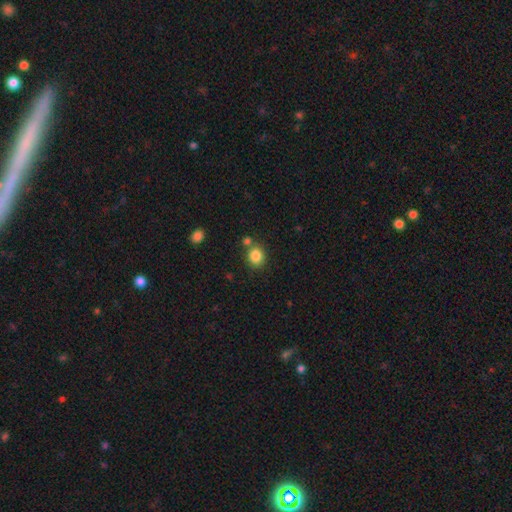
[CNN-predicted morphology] This is clearly a smooth galaxy (85%). How rounded: likely round (78%). Merging: likely none (70%).